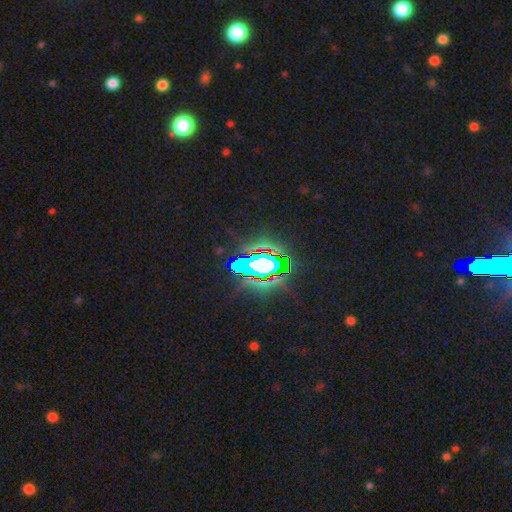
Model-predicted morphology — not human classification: This is likely a star or artifact rather than a galaxy (65%).